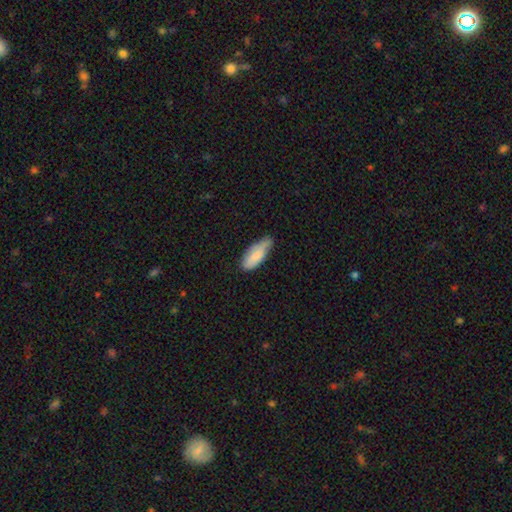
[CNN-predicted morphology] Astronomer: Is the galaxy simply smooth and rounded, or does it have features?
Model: smooth — 82%.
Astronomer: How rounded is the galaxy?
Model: in between — 80%.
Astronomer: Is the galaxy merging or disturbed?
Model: none — 46% (runner-up: minor disturbance, 43%).